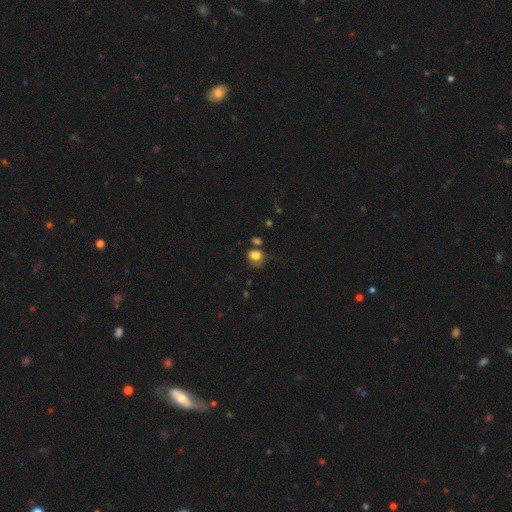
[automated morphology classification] Smooth or featured?
  - smooth: 80% *
  - star or artifact: 11%
  - featured or disk: 9%
How rounded?
  - round: 58% *
  - in between: 41%
  - cigar-shaped: 1%
Merging?
  - none: 51% *
  - minor disturbance: 26%
  - merger: 12%
  - major disturbance: 11%